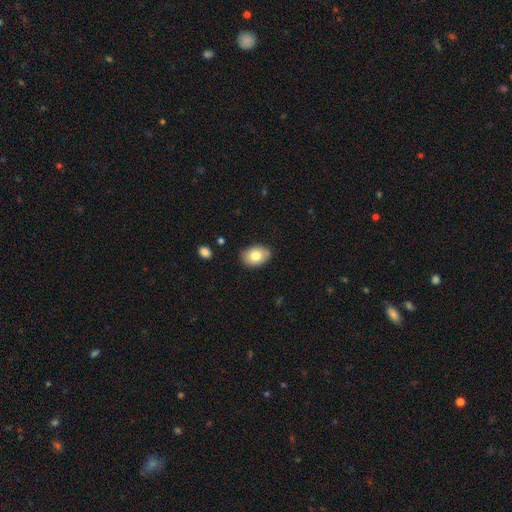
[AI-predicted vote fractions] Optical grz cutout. It shows a smooth galaxy with no disk features (78%) that is in between round and cigar-shaped (75%). Merging: none (79%).